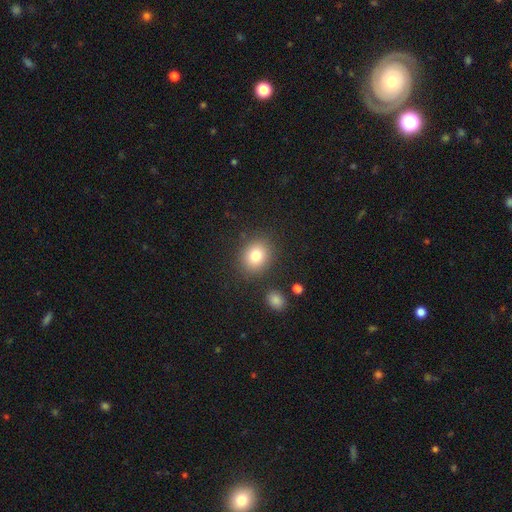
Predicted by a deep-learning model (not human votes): A smooth galaxy with no disk features (80%) that is round (65%). Merging: none (85%).